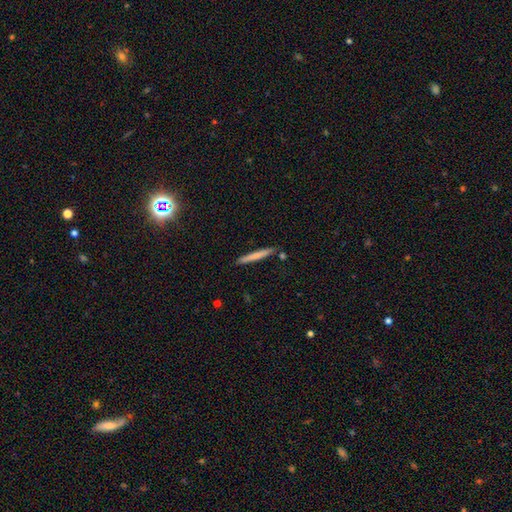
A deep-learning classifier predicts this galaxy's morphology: Smooth or featured? smooth (66%)
How rounded? cigar-shaped (96%)
Merging? none (87%)